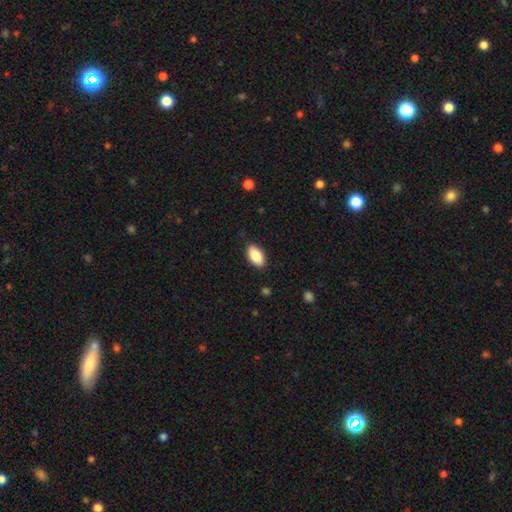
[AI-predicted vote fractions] A smooth galaxy with no disk features (87%) that is in between round and cigar-shaped (94%).

Vote fractions:
- Smooth or featured? smooth: 87% / star or artifact: 7% / featured or disk: 6%
- How rounded? in between: 94% / round: 4% / cigar-shaped: 3%
- Merging? none: 87% / minor disturbance: 10% / major disturbance: 2% / merger: 1%